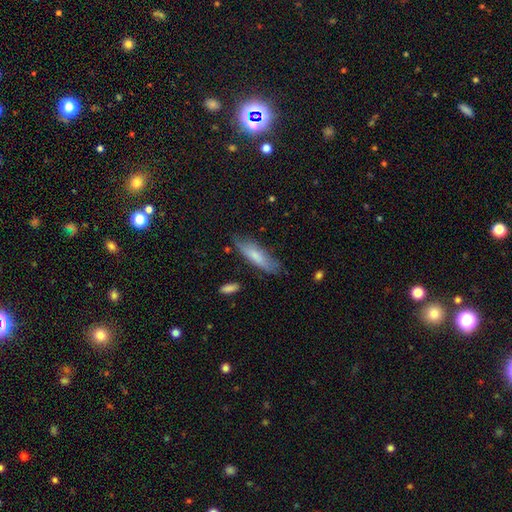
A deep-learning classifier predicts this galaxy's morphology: Q: Smooth or featured?
A: smooth (68%); runner-up: featured or disk (26%)
Q: How rounded?
A: cigar-shaped (63%); runner-up: in between (35%)
Q: Merging?
A: none (69%); runner-up: minor disturbance (23%)